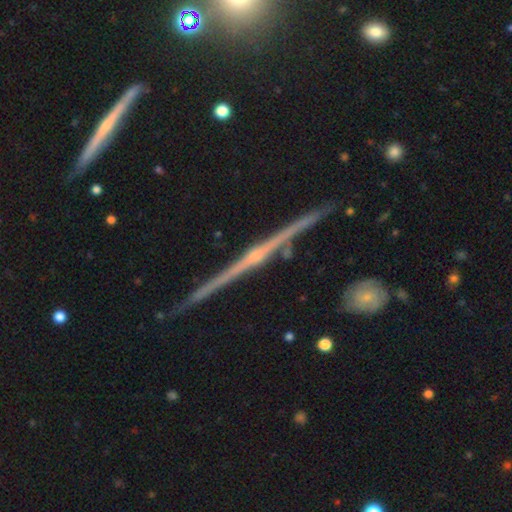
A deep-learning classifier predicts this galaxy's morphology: smooth_or_featured: featured or disk (p=0.86) [alt: star or artifact p=0.07]
disk_edge_on: yes (p=0.98) [alt: no p=0.02]
edge_on_bulge: rounded (p=0.66) [alt: none p=0.24]
merging: none (p=0.89) [alt: minor disturbance p=0.08]